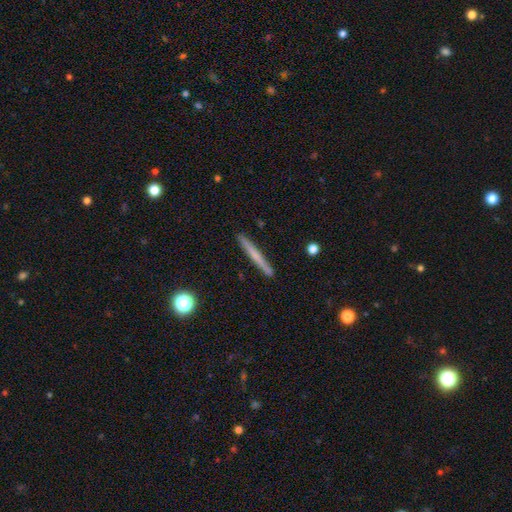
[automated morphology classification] Q: Smooth or featured?
A: smooth (55%); runner-up: featured or disk (39%)
Q: How rounded?
A: cigar-shaped (97%); runner-up: in between (2%)
Q: Merging?
A: none (92%); runner-up: minor disturbance (6%)